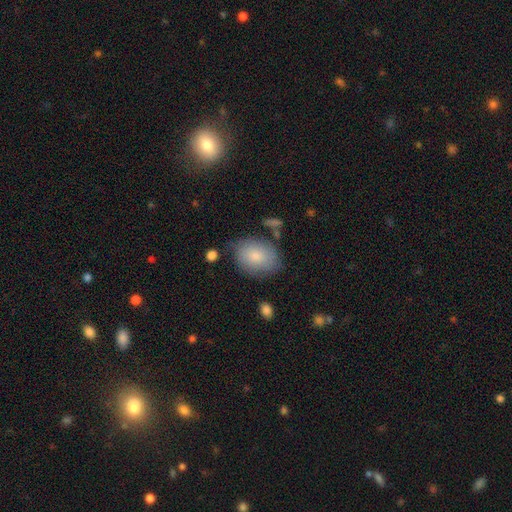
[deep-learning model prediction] smooth-or-featured: smooth: 79% | featured or disk: 14% | star or artifact: 7%
  how-rounded: in between: 72% | round: 27% | cigar-shaped: 1%
  merging: none: 70% | minor disturbance: 20% | major disturbance: 6% | merger: 4%